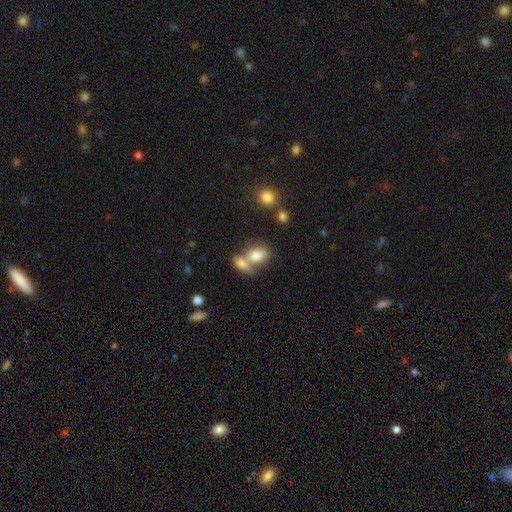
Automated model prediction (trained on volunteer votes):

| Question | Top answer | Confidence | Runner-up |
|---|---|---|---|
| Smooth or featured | smooth | 76% | featured or disk (16%) |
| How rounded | in between | 80% | round (16%) |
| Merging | merger | 60% | none (27%) |